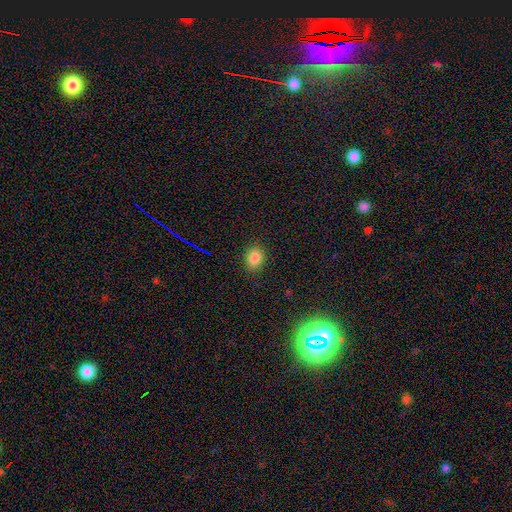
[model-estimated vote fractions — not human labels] Morphology: type=smooth (82%); roundness=in between (65%); merging=none (86%).